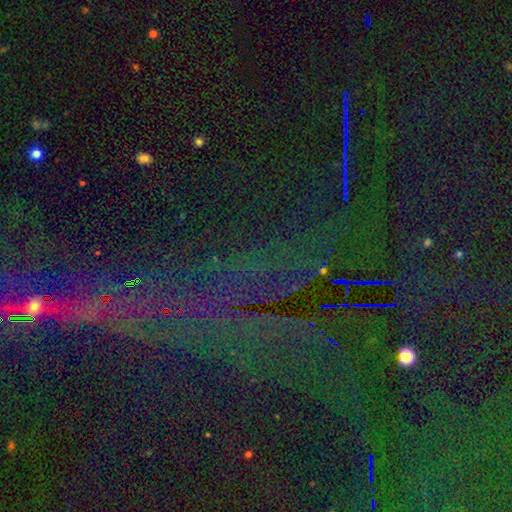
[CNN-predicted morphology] A star or artifact, not a galaxy (84%).